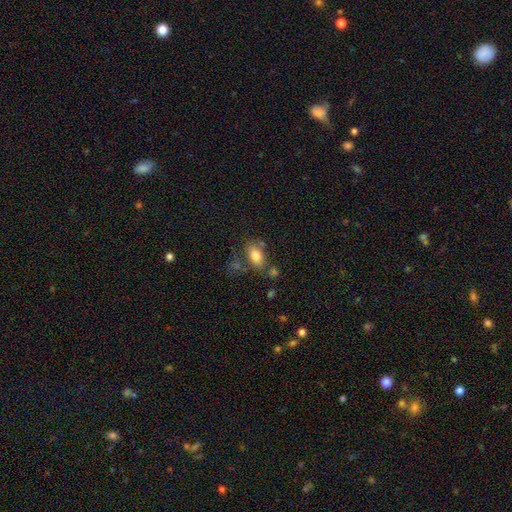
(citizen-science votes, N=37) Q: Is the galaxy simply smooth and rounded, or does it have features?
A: smooth — 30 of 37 (81%).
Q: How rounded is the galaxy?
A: in between — 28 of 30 (93%).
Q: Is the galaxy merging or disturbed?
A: none — 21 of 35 (60%).